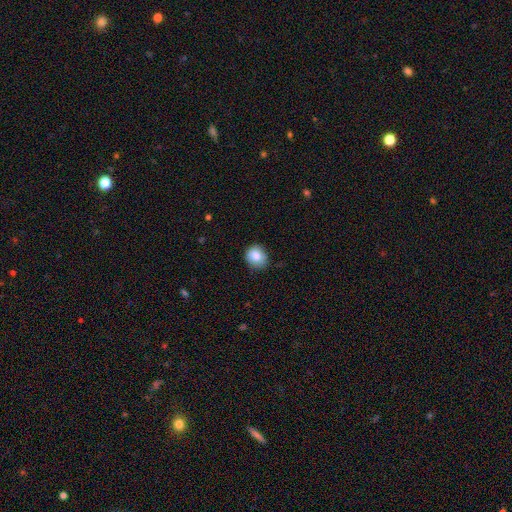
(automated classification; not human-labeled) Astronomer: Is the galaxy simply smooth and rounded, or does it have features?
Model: smooth — 84%.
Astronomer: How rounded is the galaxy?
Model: round — 70%.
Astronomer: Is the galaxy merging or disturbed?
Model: none — 73%.